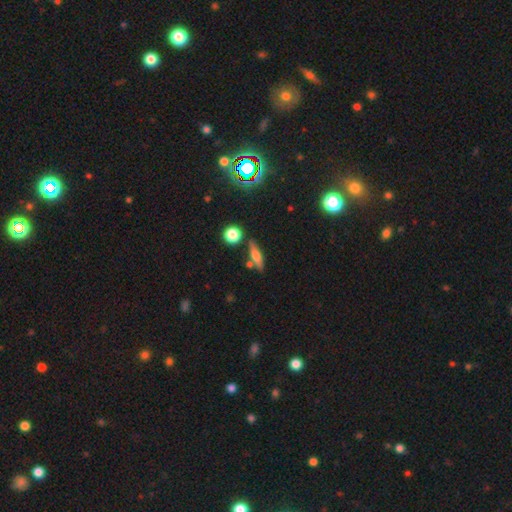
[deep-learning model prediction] smooth 45%, featured or disk 43%, star or artifact 11%. Down the decision tree: merging — none (77%).